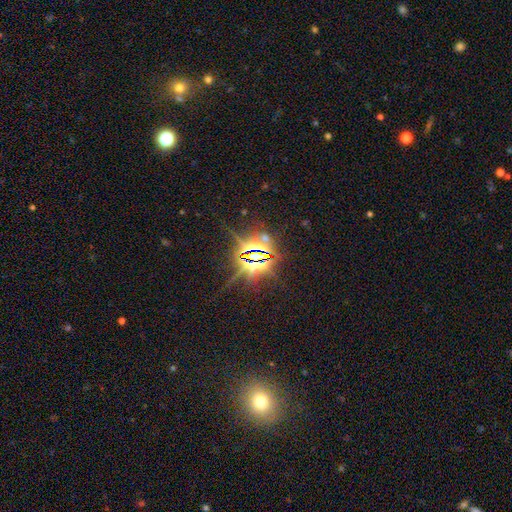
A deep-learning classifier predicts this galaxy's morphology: This is clearly a star or artifact rather than a galaxy (83%).